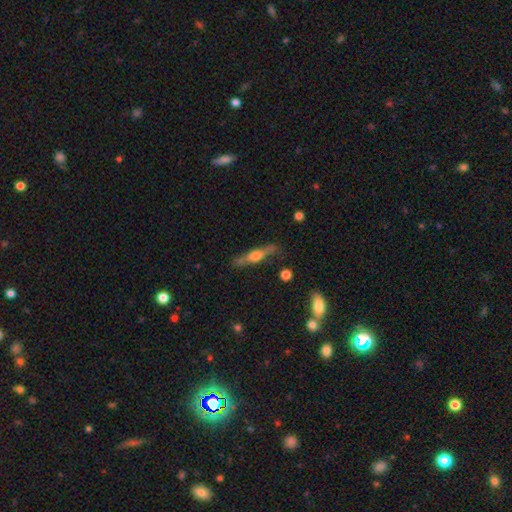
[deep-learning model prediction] Smooth or featured?
  - featured or disk: 57% *
  - smooth: 37%
  - star or artifact: 6%
Edge-on disk?
  - yes: 90% *
  - no: 10%
Edge-on bulge?
  - rounded: 85% *
  - boxy: 10%
  - none: 5%
Merging?
  - none: 78% *
  - minor disturbance: 15%
  - major disturbance: 4%
  - merger: 3%